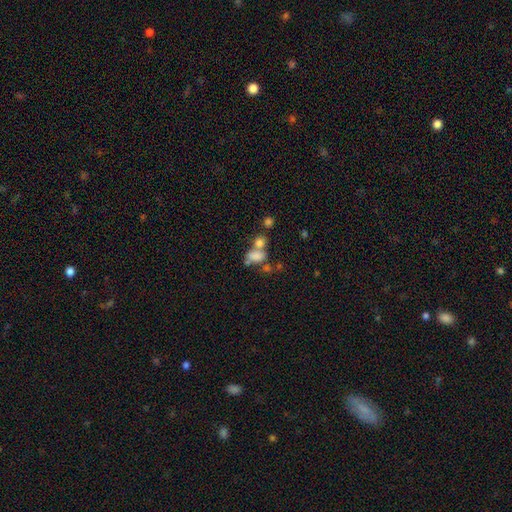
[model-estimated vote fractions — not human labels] A smooth galaxy with no disk features (70%) that is in between round and cigar-shaped (76%).

Vote fractions:
- Smooth or featured? smooth: 70% / featured or disk: 17% / star or artifact: 13%
- How rounded? in between: 76% / round: 22% / cigar-shaped: 3%
- Merging? merger: 51% / none: 27% / minor disturbance: 12% / major disturbance: 10%